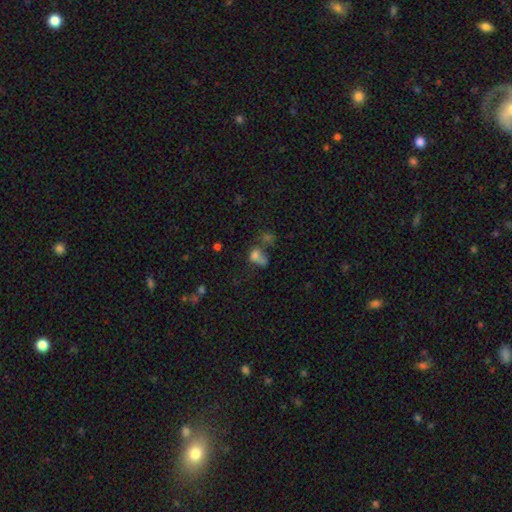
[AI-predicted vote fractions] Overall: smooth (68%). How rounded: in between (54%; round 44%). Merging: merger (46%; none 24%).